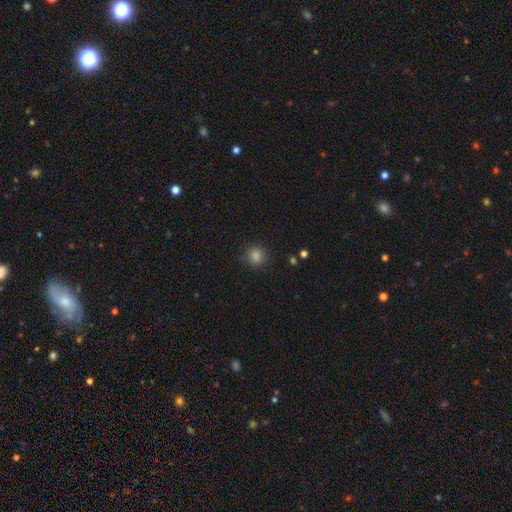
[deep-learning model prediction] A smooth galaxy with no disk features (82%) that is round (89%). Merging: none (86%).